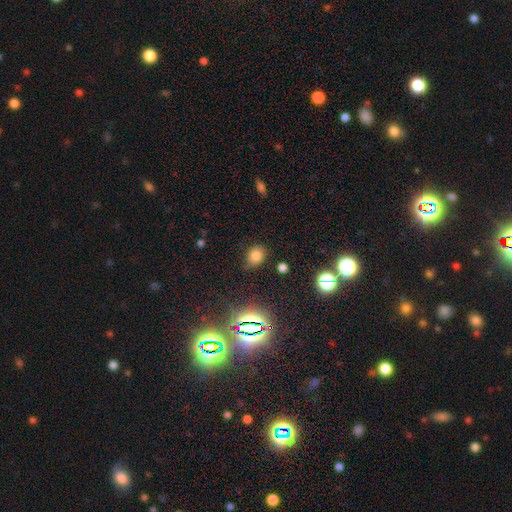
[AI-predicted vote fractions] A smooth galaxy with no disk features (74%) that is round (59%). Merging: none (70%).